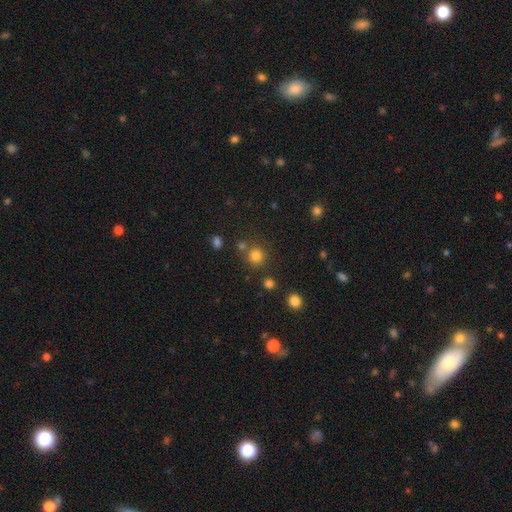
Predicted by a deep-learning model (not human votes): Q: Smooth or featured?
A: smooth (80%); runner-up: star or artifact (15%)
Q: How rounded?
A: round (91%); runner-up: in between (8%)
Q: Merging?
A: none (74%); runner-up: merger (14%)